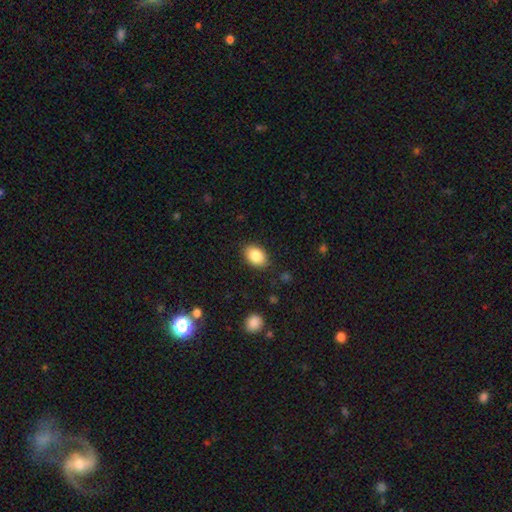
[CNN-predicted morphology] smooth 86%, star or artifact 7%, featured or disk 7%. Down the decision tree: how rounded — in between (84%); merging — none (86%).